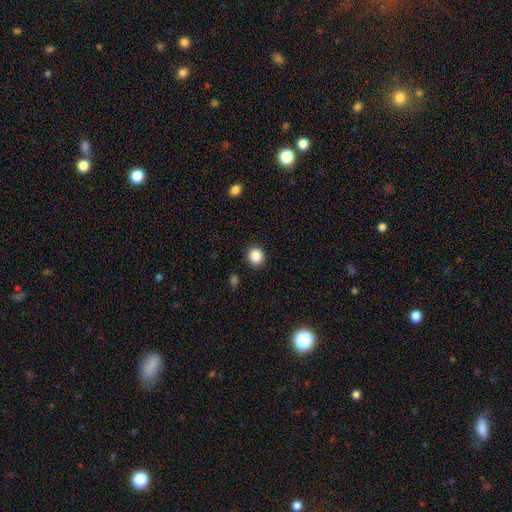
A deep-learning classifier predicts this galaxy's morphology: This appears to be a smooth galaxy with no disk features (88%) that is round (85%). Merging: none (90%).